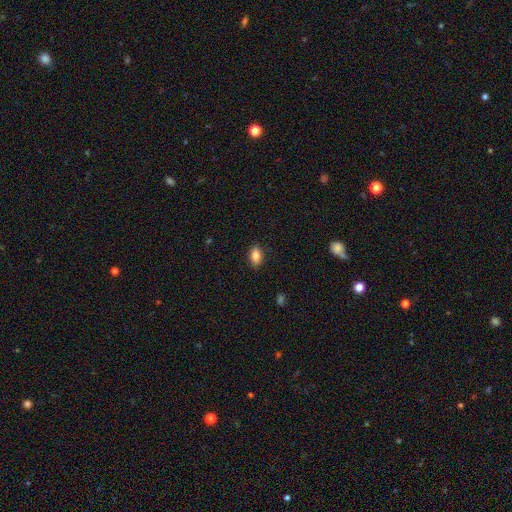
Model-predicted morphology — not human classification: The model was most divided on "smooth or featured": smooth: 83%, featured or disk: 9%, star or artifact: 8%. More confident: how rounded — in between (88%); merging — none (87%).